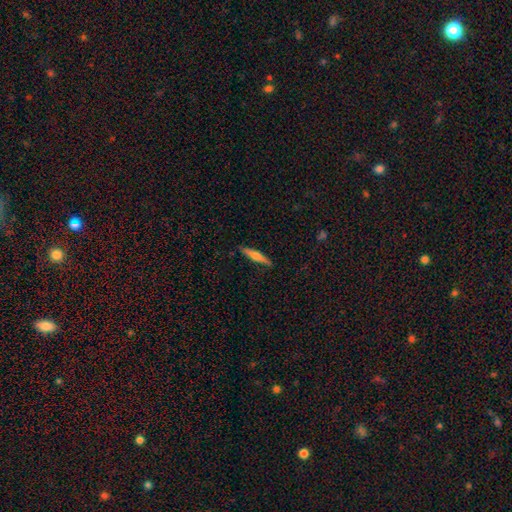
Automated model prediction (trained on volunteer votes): Morphology: type=smooth (48%); merging=none (89%).